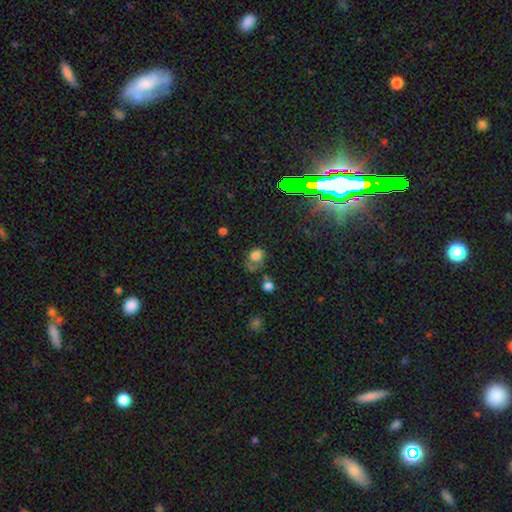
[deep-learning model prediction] This appears to be a smooth galaxy with no disk features (71%) that is round (54%). Merging: none (43%).